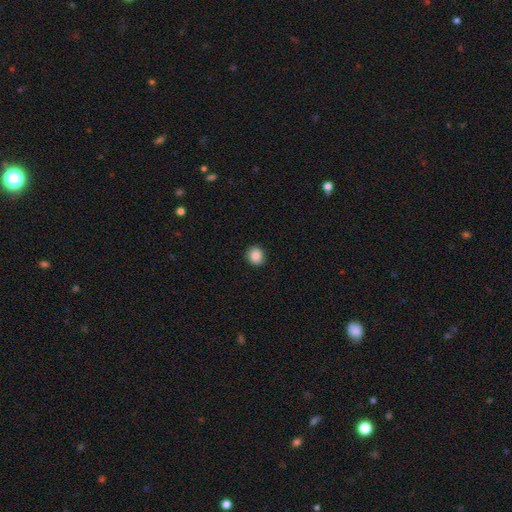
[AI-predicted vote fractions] Smooth or featured? Predicted: smooth (p=0.88). How rounded? Predicted: round (p=0.82). Merging? Predicted: none (p=0.90).